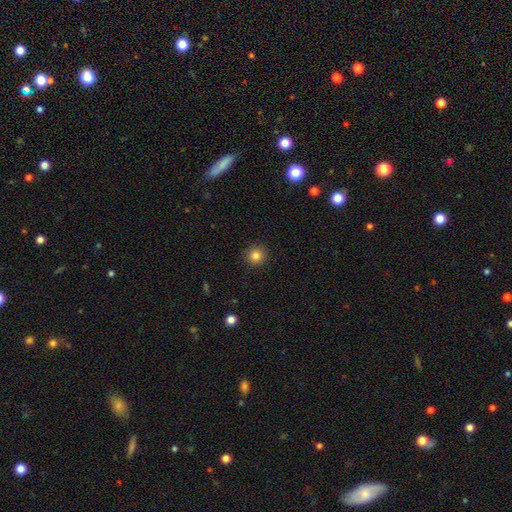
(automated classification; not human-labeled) The model was most divided on "smooth or featured": smooth: 83%, star or artifact: 12%, featured or disk: 5%. More confident: how rounded — round (94%); merging — none (91%).